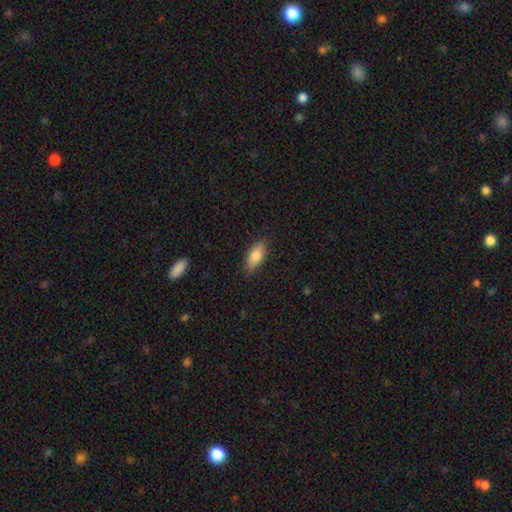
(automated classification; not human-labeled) The model was most divided on "how rounded": in between: 82%, cigar-shaped: 15%, round: 3%. More confident: merging — none (86%); smooth or featured — smooth (80%).